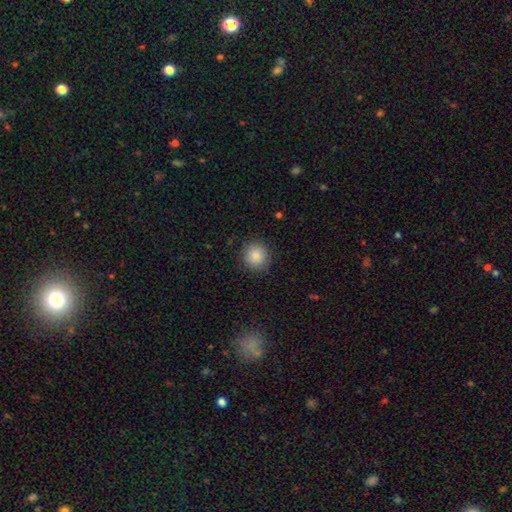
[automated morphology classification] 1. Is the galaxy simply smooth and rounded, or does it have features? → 87% smooth, 9% star or artifact, 4% featured or disk.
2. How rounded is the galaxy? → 91% round, 8% in between, 1% cigar-shaped.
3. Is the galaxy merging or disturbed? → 89% none, 7% minor disturbance, 2% major disturbance, 1% merger.